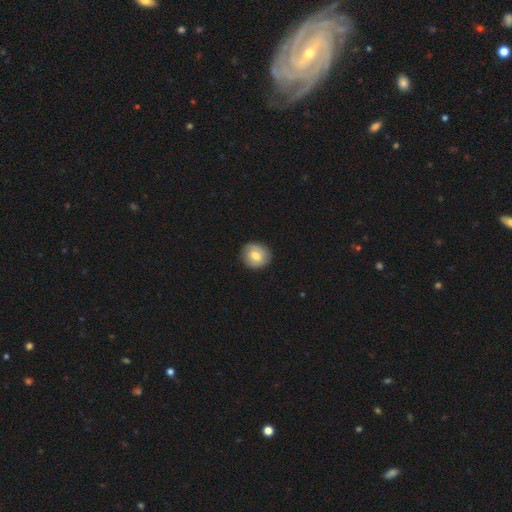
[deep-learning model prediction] Smooth or featured?
  - smooth: 64% *
  - featured or disk: 29%
  - star or artifact: 7%
How rounded?
  - round: 84% *
  - in between: 15%
  - cigar-shaped: 1%
Merging?
  - none: 84% *
  - minor disturbance: 12%
  - major disturbance: 3%
  - merger: 1%